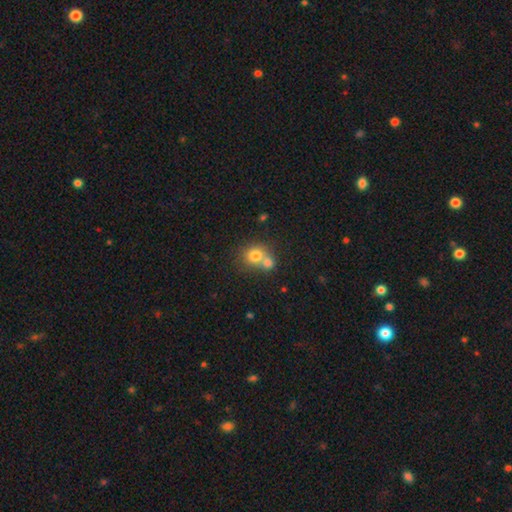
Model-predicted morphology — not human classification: type=smooth (76%); roundness=round (77%); merging=merger (57%).